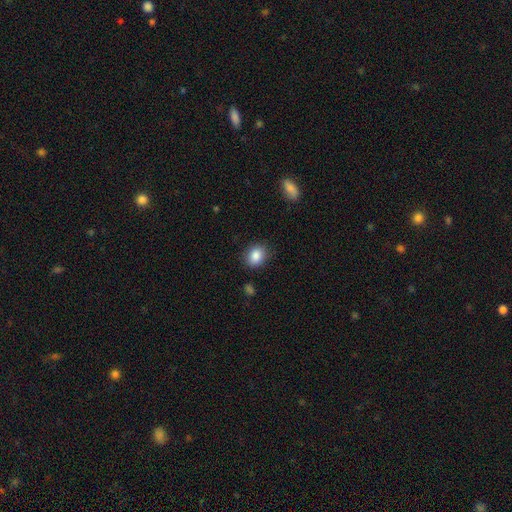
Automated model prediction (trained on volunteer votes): Smooth or featured? Predicted: smooth (p=0.86). How rounded? Predicted: in between (p=0.51). Merging? Predicted: none (p=0.85).